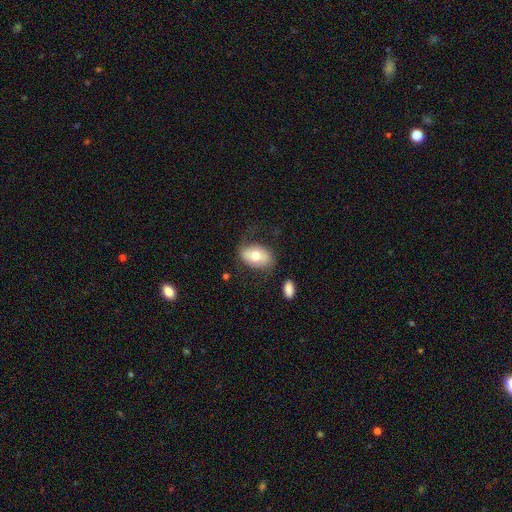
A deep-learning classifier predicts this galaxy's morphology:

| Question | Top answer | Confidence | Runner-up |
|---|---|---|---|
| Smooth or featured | smooth | 61% | featured or disk (33%) |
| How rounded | in between | 88% | round (10%) |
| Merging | none | 61% | minor disturbance (22%) |